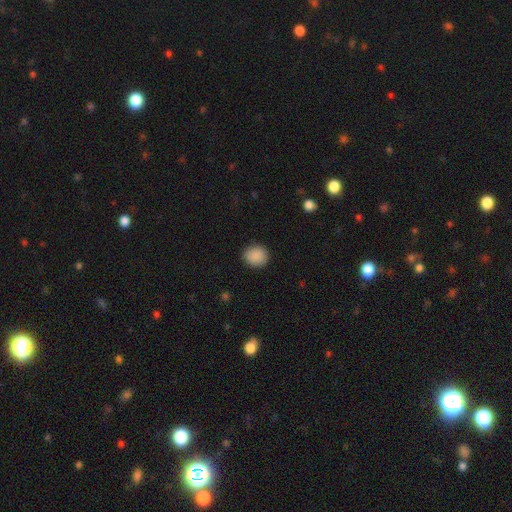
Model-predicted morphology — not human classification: The model was most divided on "how rounded": round: 81%, in between: 18%, cigar-shaped: 1%. More confident: merging — none (90%); smooth or featured — smooth (89%).